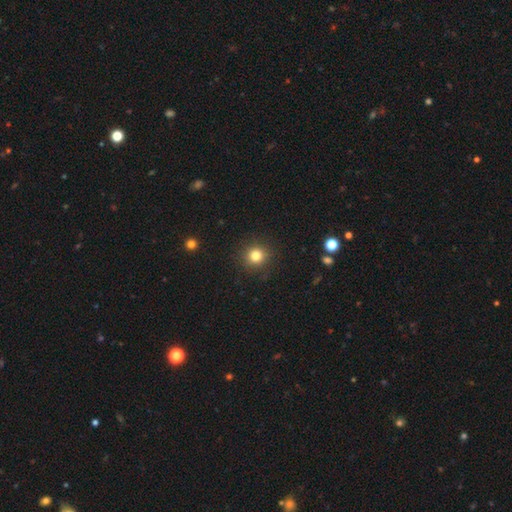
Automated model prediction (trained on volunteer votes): Smooth or featured?
  - smooth: 81% *
  - star or artifact: 13%
  - featured or disk: 6%
How rounded?
  - round: 93% *
  - in between: 7%
  - cigar-shaped: 1%
Merging?
  - none: 90% *
  - minor disturbance: 6%
  - major disturbance: 2%
  - merger: 1%